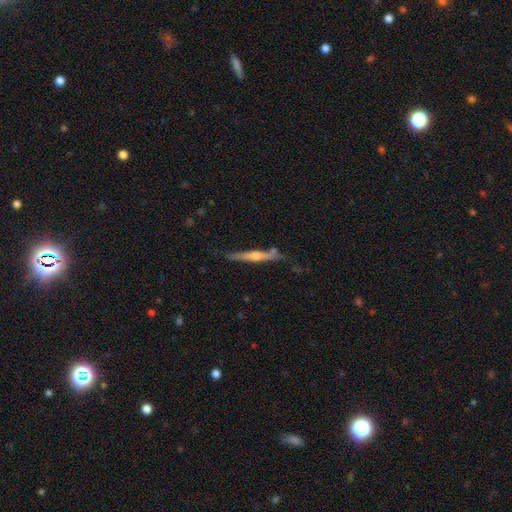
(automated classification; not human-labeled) smooth_or_featured: featured or disk (p=0.72) [alt: smooth p=0.22]
disk_edge_on: yes (p=0.97) [alt: no p=0.03]
edge_on_bulge: rounded (p=0.79) [alt: none p=0.14]
merging: none (p=0.76) [alt: minor disturbance p=0.16]